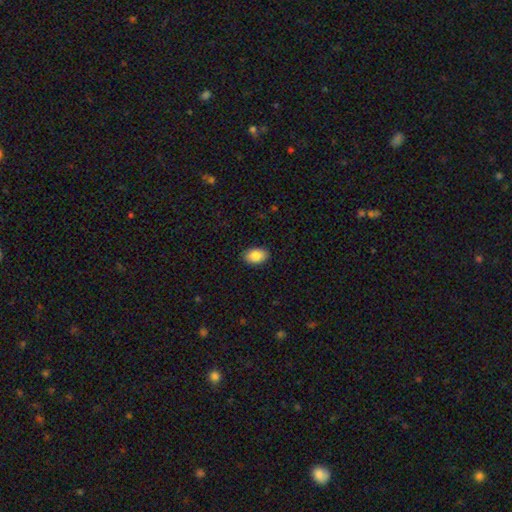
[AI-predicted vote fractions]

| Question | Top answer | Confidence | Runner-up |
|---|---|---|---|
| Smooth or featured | smooth | 87% | star or artifact (7%) |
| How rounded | in between | 89% | round (10%) |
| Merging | none | 89% | minor disturbance (8%) |